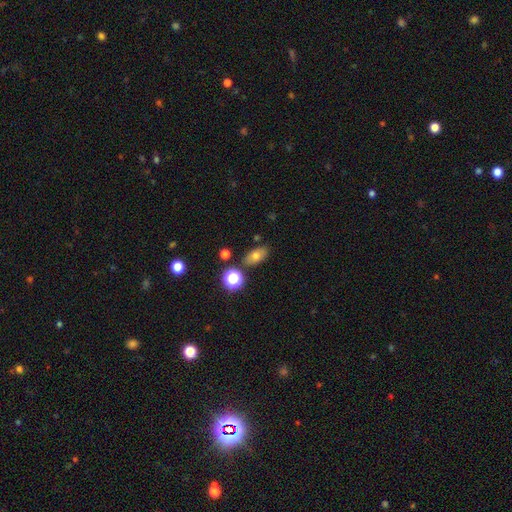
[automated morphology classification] Smooth or featured? smooth (69%)
How rounded? in between (83%)
Merging? none (80%)